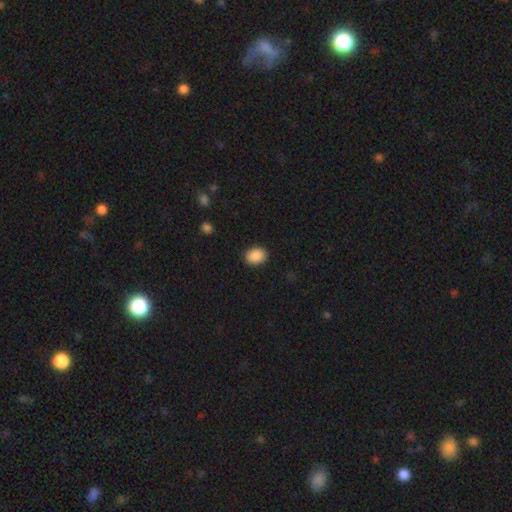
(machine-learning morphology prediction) Overall: smooth (89%). How rounded: in between (62%; round 37%). Merging: none (89%).